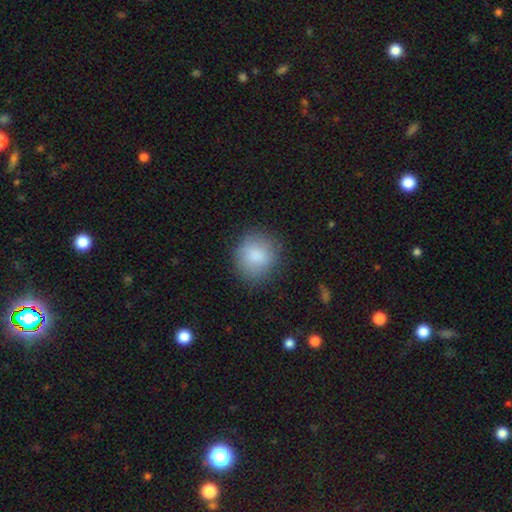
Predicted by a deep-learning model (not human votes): Smooth or featured? Predicted: smooth (p=0.84). How rounded? Predicted: round (p=0.86). Merging? Predicted: none (p=0.81).